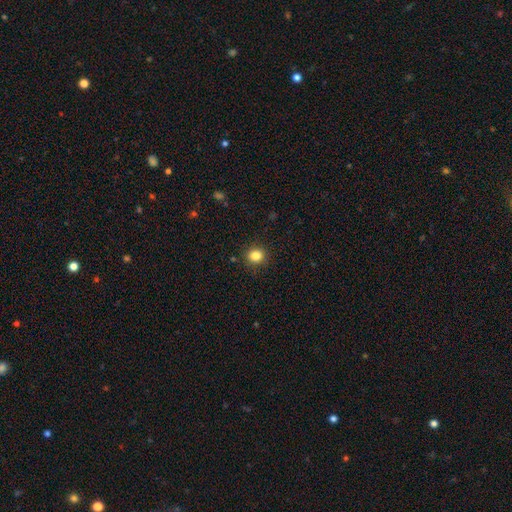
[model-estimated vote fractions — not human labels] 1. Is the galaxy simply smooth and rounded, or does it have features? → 84% smooth, 11% star or artifact, 5% featured or disk.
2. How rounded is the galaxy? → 83% round, 16% in between, 1% cigar-shaped.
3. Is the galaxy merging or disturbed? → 90% none, 7% minor disturbance, 2% major disturbance, 1% merger.